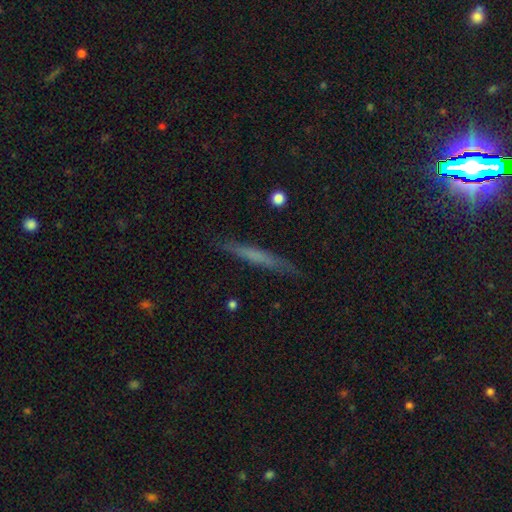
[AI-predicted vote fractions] A smooth galaxy with no disk features (51%) that is cigar-shaped (95%).

Vote fractions:
- Smooth or featured? smooth: 51% / featured or disk: 40% / star or artifact: 8%
- How rounded? cigar-shaped: 95% / in between: 3% / round: 2%
- Merging? none: 87% / minor disturbance: 9% / major disturbance: 2% / merger: 1%